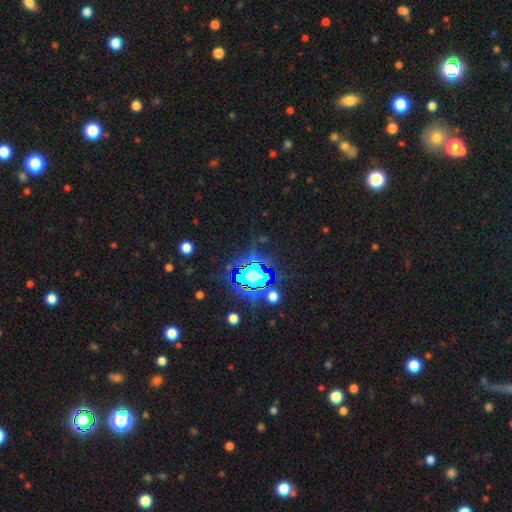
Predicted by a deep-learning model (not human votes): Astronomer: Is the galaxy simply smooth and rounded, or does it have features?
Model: star or artifact — 82%.